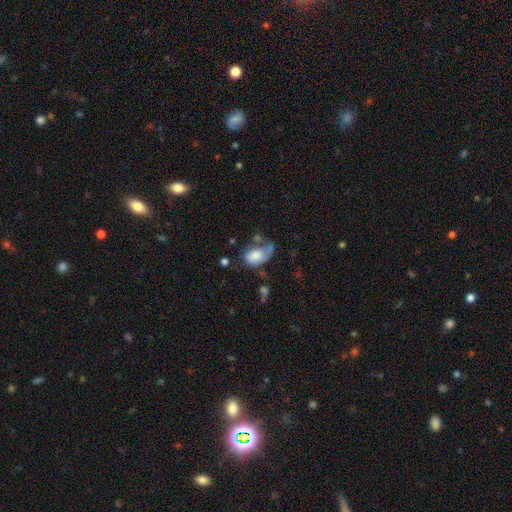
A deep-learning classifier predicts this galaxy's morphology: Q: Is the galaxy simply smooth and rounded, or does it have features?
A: smooth — 72%.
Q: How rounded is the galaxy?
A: in between — 90%.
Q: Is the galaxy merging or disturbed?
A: none — 30%.